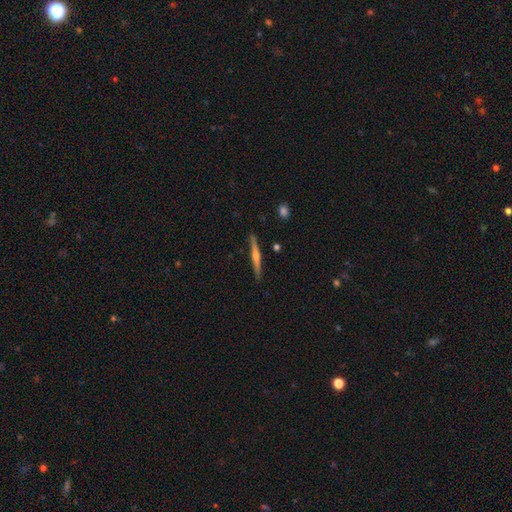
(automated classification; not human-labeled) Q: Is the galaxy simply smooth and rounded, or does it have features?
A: featured or disk — 62%.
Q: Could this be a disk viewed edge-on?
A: yes — 98%.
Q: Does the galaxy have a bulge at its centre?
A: rounded — 74%.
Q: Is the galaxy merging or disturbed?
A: none — 89%.